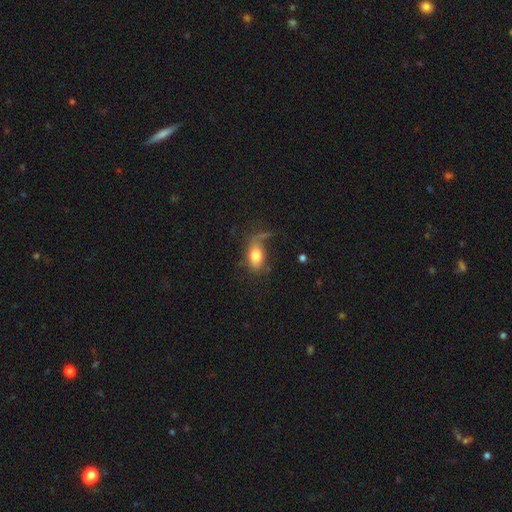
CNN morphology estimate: Smooth or featured: smooth — 74% (featured or disk — 18%)
How rounded: in between — 87% (round — 9%)
Merging: none — 48% (major disturbance — 24%)